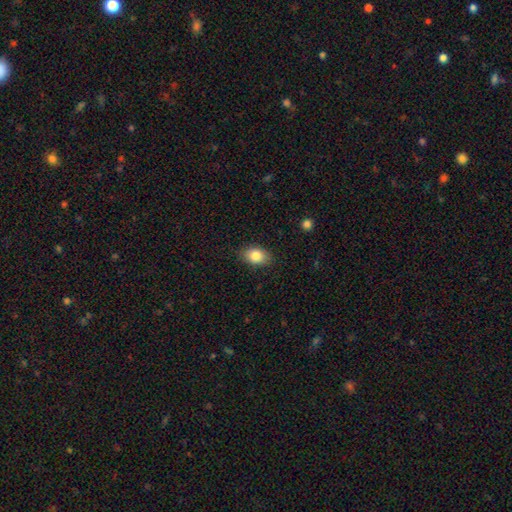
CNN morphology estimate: smooth 84%, star or artifact 8%, featured or disk 8%. Down the decision tree: how rounded — in between (82%); merging — none (86%).